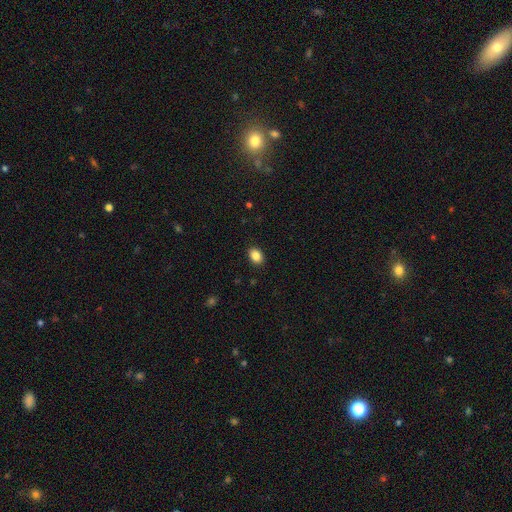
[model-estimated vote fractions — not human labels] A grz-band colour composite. It shows a smooth galaxy with no disk features (87%) that is in between round and cigar-shaped (73%). Merging: none (90%).